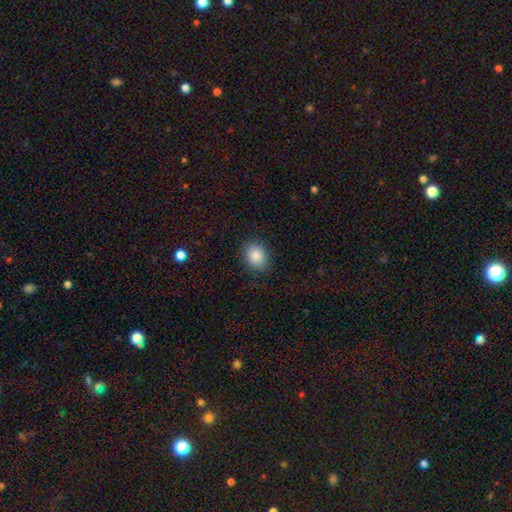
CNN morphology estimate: type=smooth (87%); roundness=round (51%); merging=none (86%).